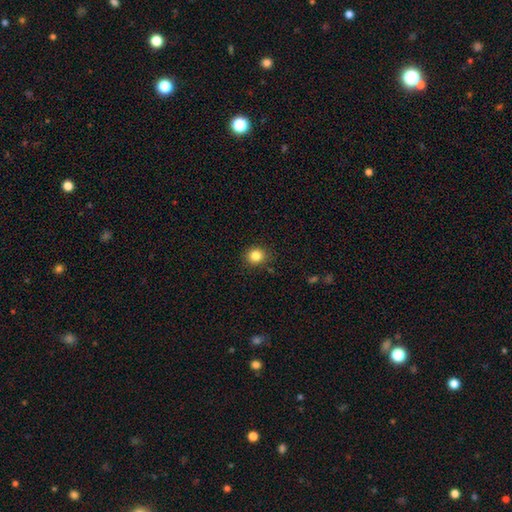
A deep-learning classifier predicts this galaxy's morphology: smooth-or-featured: smooth: 83% | star or artifact: 11% | featured or disk: 5%
  how-rounded: round: 83% | in between: 16% | cigar-shaped: 1%
  merging: none: 87% | minor disturbance: 9% | major disturbance: 2% | merger: 1%